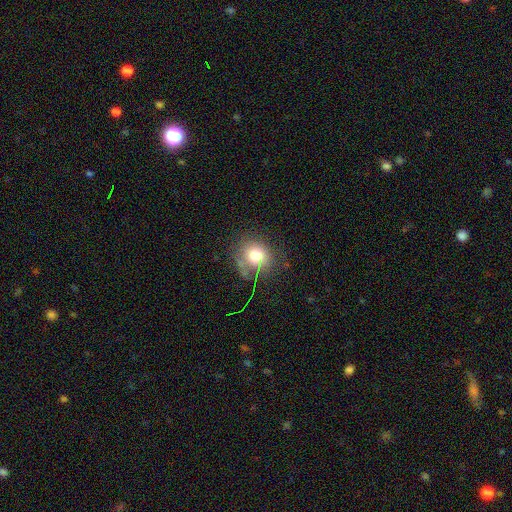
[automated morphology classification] The model was most divided on "merging": none: 64%, minor disturbance: 20%, major disturbance: 10%, merger: 6%. More confident: how rounded — round (78%); smooth or featured — smooth (68%).